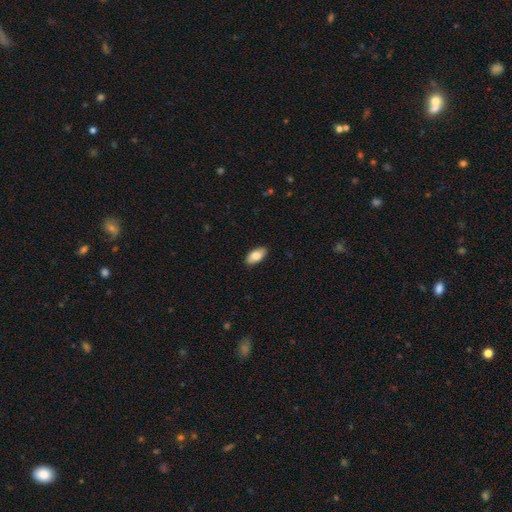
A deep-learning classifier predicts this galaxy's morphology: Q: Smooth or featured?
A: smooth (81%); runner-up: featured or disk (12%)
Q: How rounded?
A: in between (93%); runner-up: cigar-shaped (4%)
Q: Merging?
A: none (89%); runner-up: minor disturbance (8%)